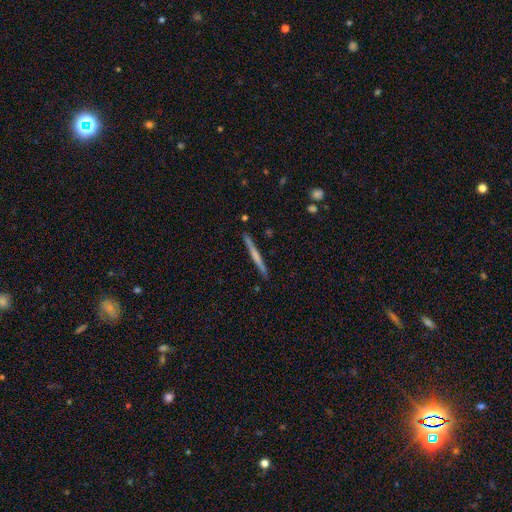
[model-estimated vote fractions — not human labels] The model was most divided on "smooth or featured": smooth: 48%, featured or disk: 47%, star or artifact: 5%. More confident: merging — none (90%).